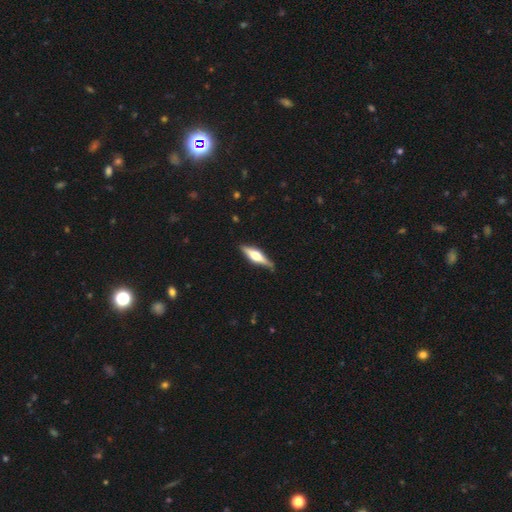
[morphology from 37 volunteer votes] Smooth or featured? 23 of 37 (62%) said featured or disk. Edge-on disk? 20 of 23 (87%) said yes. Edge-on bulge? 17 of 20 (85%) said rounded. Merging? 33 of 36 (92%) said none.